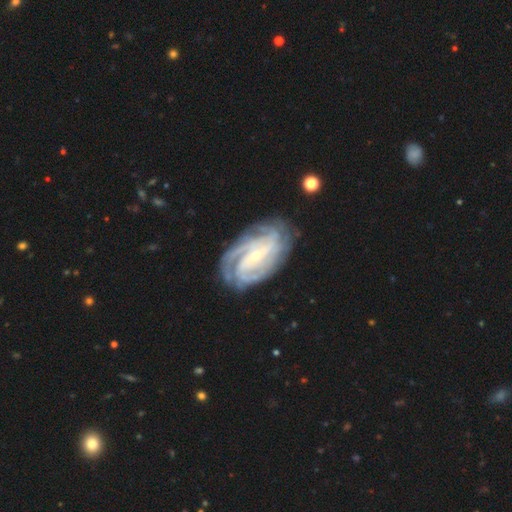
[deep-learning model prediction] This is clearly a featured or disk galaxy (90%). It is clearly not viewed edge-on (96%). Bar: marginally weak (40%). Spiral arm pattern: clearly yes (98%). Spiral arm count: marginally 4 (27%). Spiral winding: likely tight (68%). Central bulge: likely small (74%). Merging: likely none (77%).